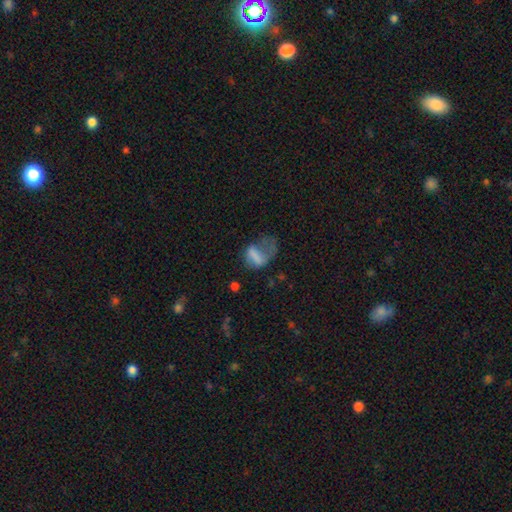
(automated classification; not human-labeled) This is likely a smooth galaxy (60%). How rounded: likely in between (74%). Merging: possibly major disturbance (60%).